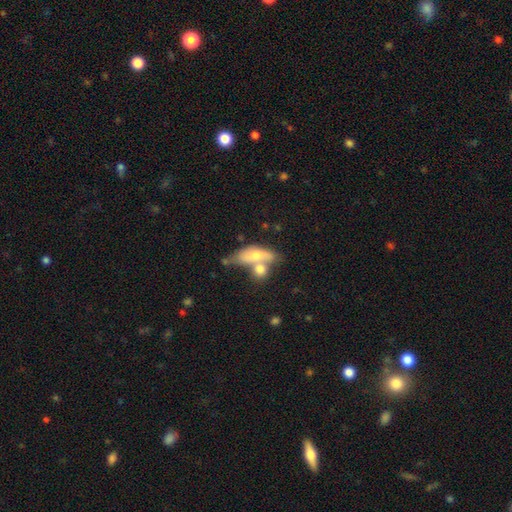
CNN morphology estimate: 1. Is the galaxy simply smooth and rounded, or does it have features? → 55% smooth, 38% featured or disk, 7% star or artifact.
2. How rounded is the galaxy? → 66% in between, 26% cigar-shaped, 8% round.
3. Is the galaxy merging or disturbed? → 49% merger, 30% none, 14% minor disturbance, 8% major disturbance.